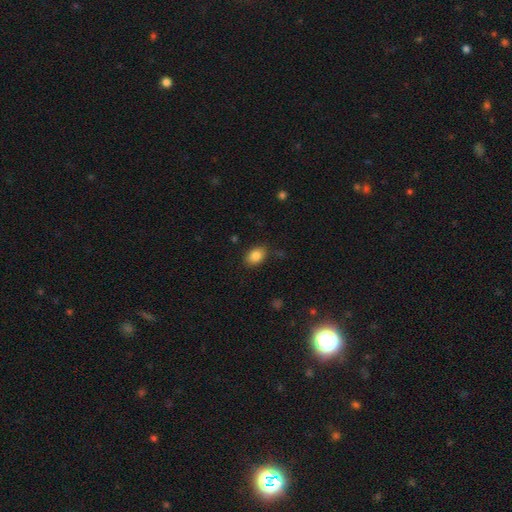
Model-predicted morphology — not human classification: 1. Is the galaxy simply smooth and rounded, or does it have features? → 85% smooth, 9% star or artifact, 6% featured or disk.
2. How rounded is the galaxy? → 78% in between, 20% round, 1% cigar-shaped.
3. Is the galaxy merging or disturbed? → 83% none, 12% minor disturbance, 3% major disturbance, 1% merger.